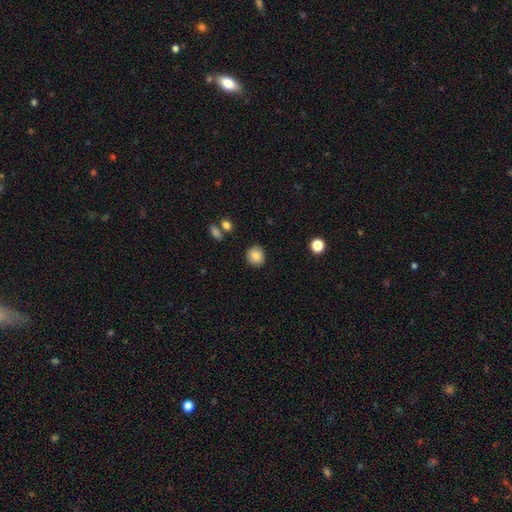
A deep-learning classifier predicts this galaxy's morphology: A smooth galaxy with no disk features (84%) that is round (87%). Merging: none (88%).